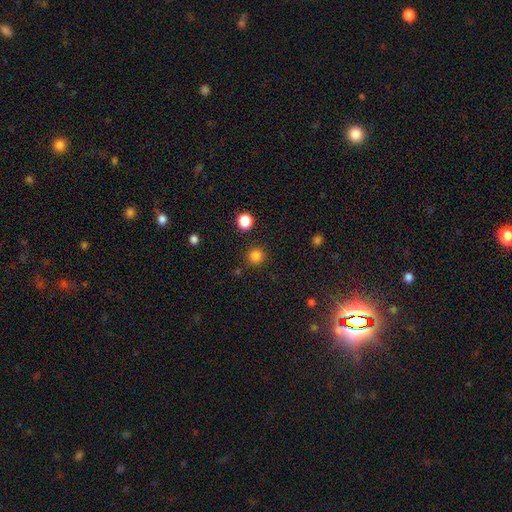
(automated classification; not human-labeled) A smooth galaxy with no disk features (83%) that is round (93%). Merging: none (88%).